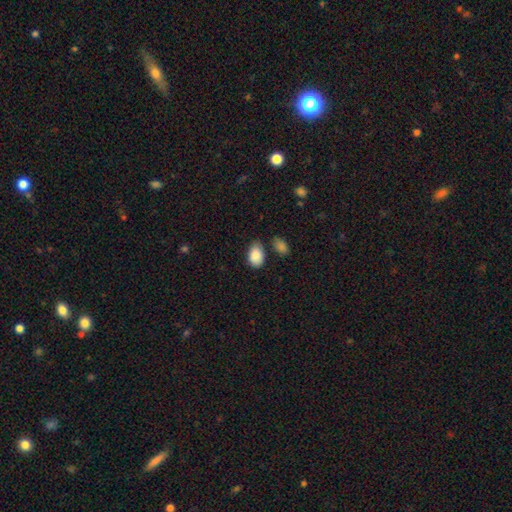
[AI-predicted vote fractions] smooth 88%, star or artifact 7%, featured or disk 5%. Down the decision tree: how rounded — in between (88%); merging — none (63%).